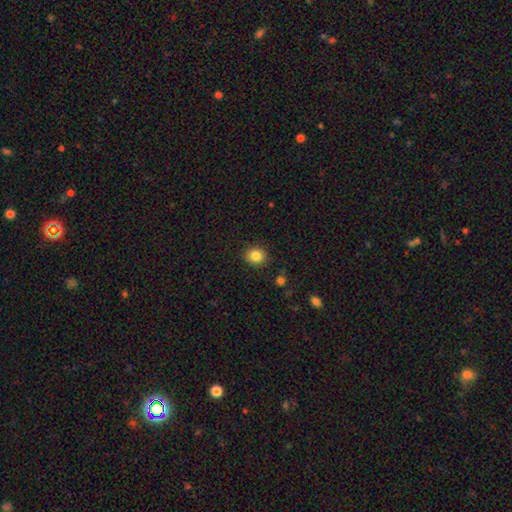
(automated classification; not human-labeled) Smooth or featured? Predicted: smooth (p=0.84). How rounded? Predicted: round (p=0.75). Merging? Predicted: none (p=0.88).